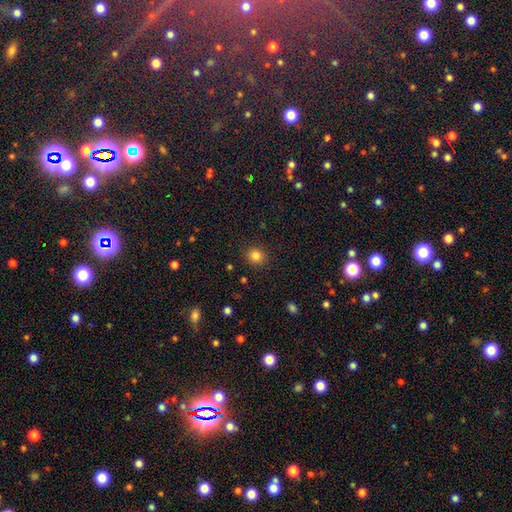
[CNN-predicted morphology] This is clearly a smooth galaxy (83%). How rounded: clearly round (87%). Merging: clearly none (90%).